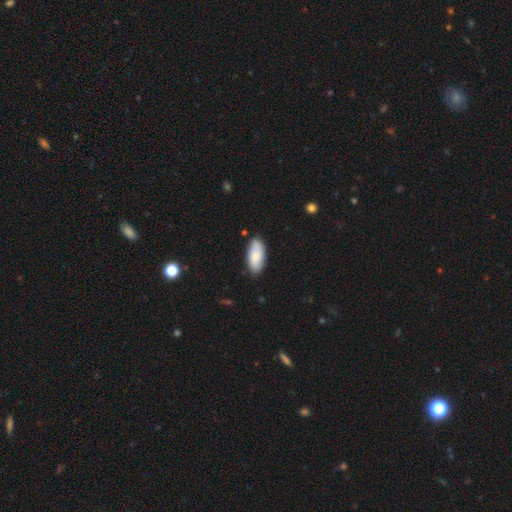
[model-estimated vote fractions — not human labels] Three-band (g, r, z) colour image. It shows a smooth galaxy with no disk features (82%) that is in between round and cigar-shaped (89%). Merging: none (84%).